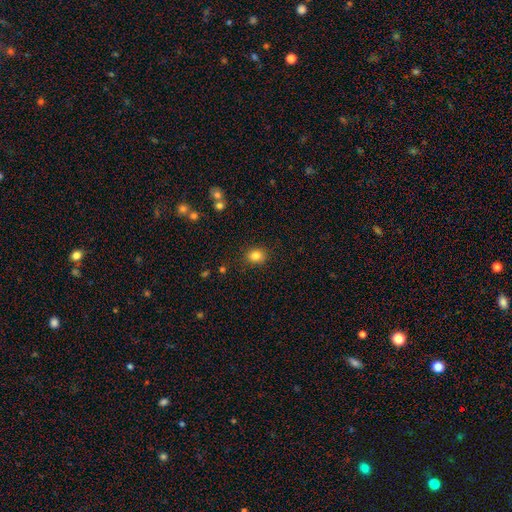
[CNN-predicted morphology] Smooth or featured: smooth — 83% (star or artifact — 11%)
How rounded: round — 66% (in between — 34%)
Merging: none — 88% (minor disturbance — 8%)